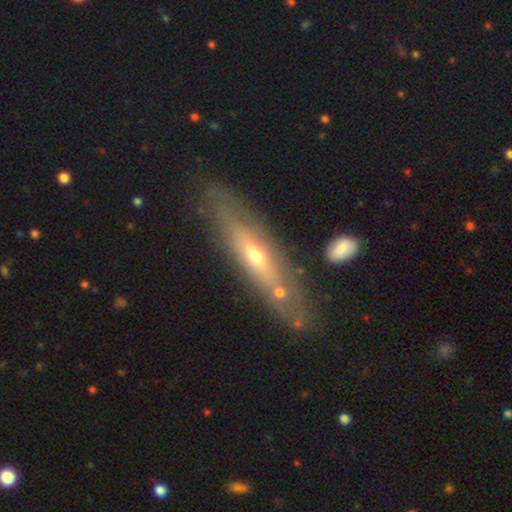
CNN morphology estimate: featured or disk 62%, smooth 30%, star or artifact 7%. Down the decision tree: edge-on disk — yes (61%); merging — none (76%).